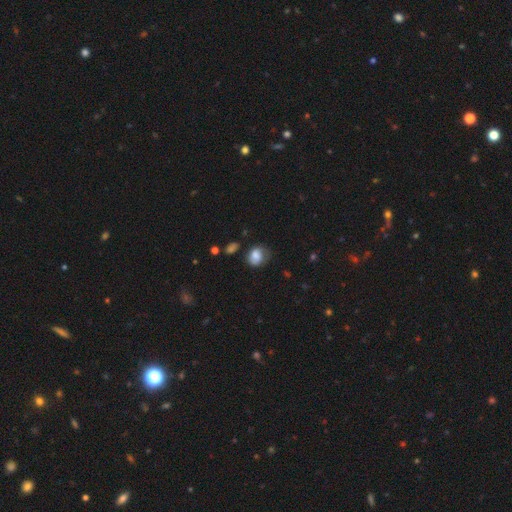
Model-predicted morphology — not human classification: smooth 77%, featured or disk 14%, star or artifact 9%. Down the decision tree: how rounded — round (54%); merging — none (51%).